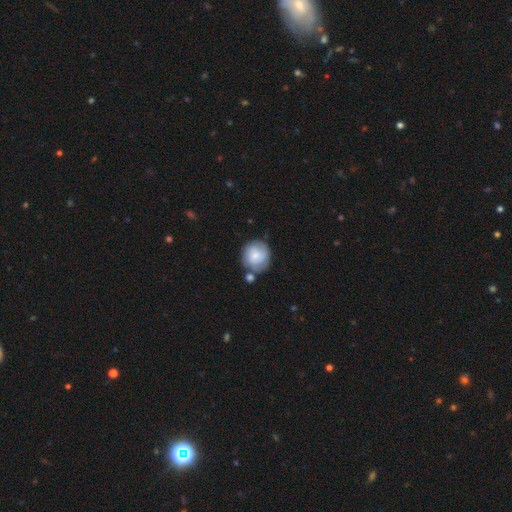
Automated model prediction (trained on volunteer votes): smooth 58%, featured or disk 35%, star or artifact 7%. Down the decision tree: how rounded — round (87%); merging — none (61%).